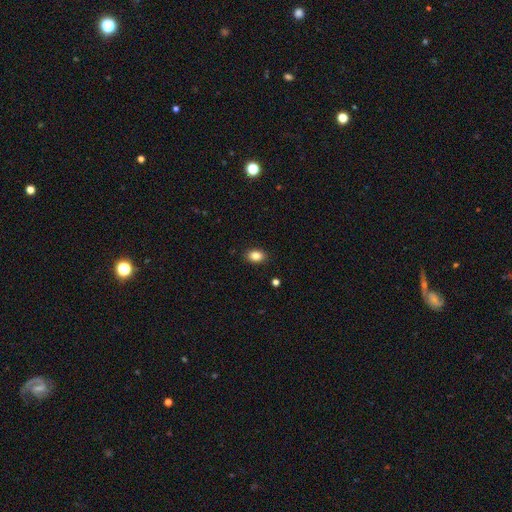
Volunteers were most divided on "how rounded": round: 55%, in between: 45%, cigar-shaped: 0%. More confident: merging — none (94%); smooth or featured — smooth (84%).